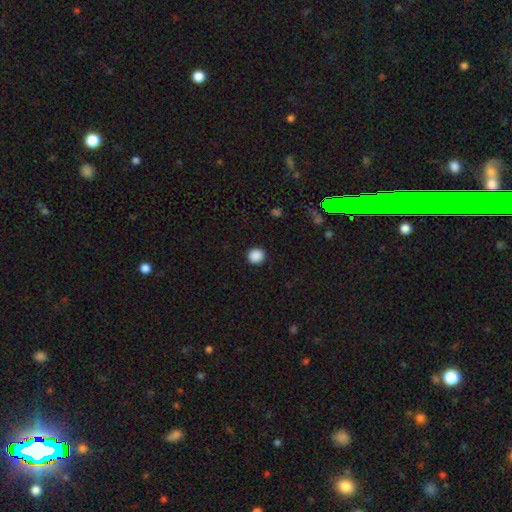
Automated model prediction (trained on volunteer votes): smooth_or_featured: smooth (p=0.89) [alt: star or artifact p=0.09]
how_rounded: round (p=0.91) [alt: in between p=0.08]
merging: none (p=0.92) [alt: minor disturbance p=0.05]